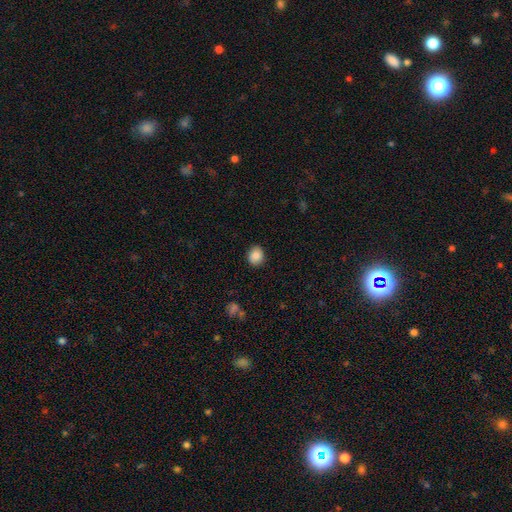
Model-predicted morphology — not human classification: Smooth or featured? Predicted: smooth (p=0.88). How rounded? Predicted: round (p=0.67). Merging? Predicted: none (p=0.87).